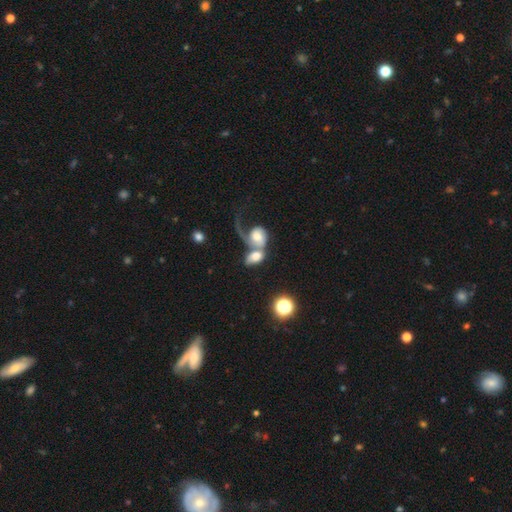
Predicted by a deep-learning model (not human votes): The model was most divided on "smooth or featured": smooth: 51%, featured or disk: 40%, star or artifact: 9%. More confident: merging — merger (71%); how rounded — in between (71%).